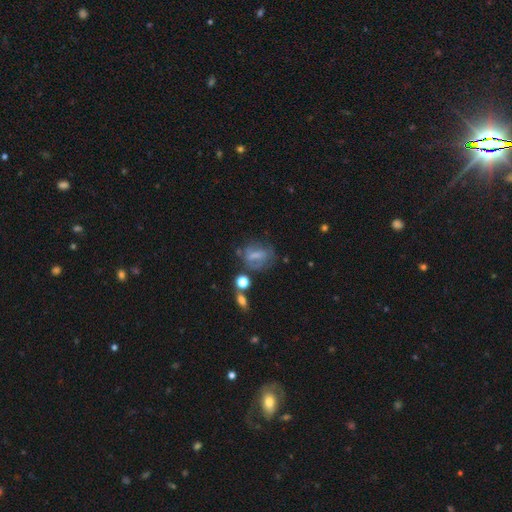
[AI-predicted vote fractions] Smooth or featured?
  - smooth: 48% *
  - featured or disk: 38%
  - star or artifact: 14%
Merging?
  - none: 43% *
  - minor disturbance: 24%
  - major disturbance: 23%
  - merger: 9%